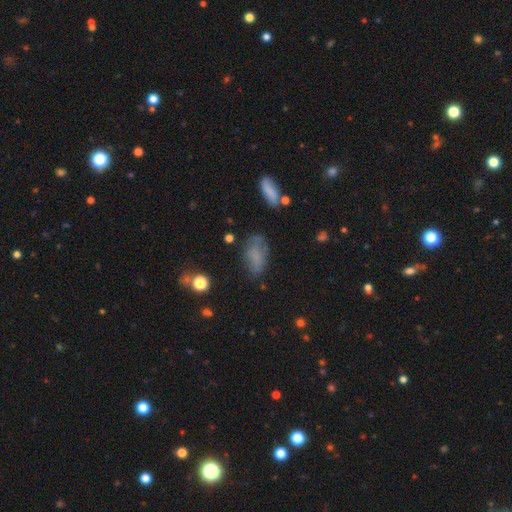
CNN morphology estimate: smooth_or_featured: smooth (p=0.67) [alt: featured or disk p=0.20]
how_rounded: in between (p=0.87) [alt: cigar-shaped p=0.08]
merging: none (p=0.56) [alt: minor disturbance p=0.27]